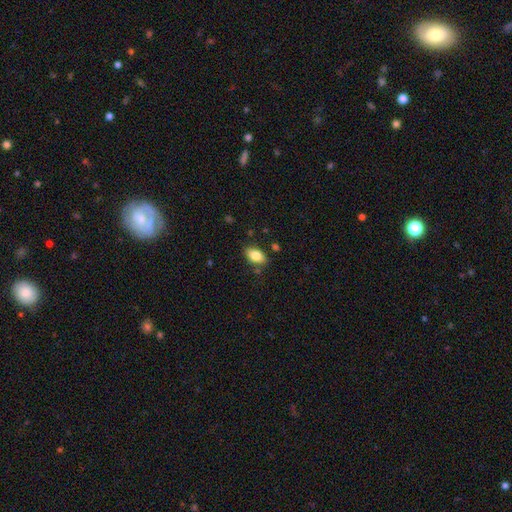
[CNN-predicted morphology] This appears to be a smooth galaxy with no disk features (82%) that is in between round and cigar-shaped (90%). Merging: none (82%).